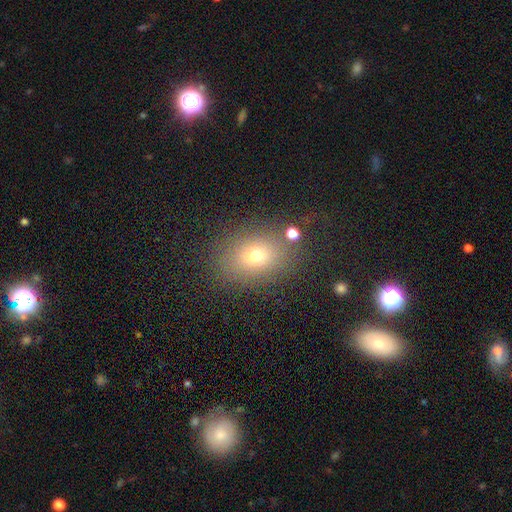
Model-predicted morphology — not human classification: smooth-or-featured: smooth: 70% | star or artifact: 17% | featured or disk: 13%
  how-rounded: in between: 61% | round: 37% | cigar-shaped: 1%
  merging: none: 79% | minor disturbance: 12% | major disturbance: 6% | merger: 4%